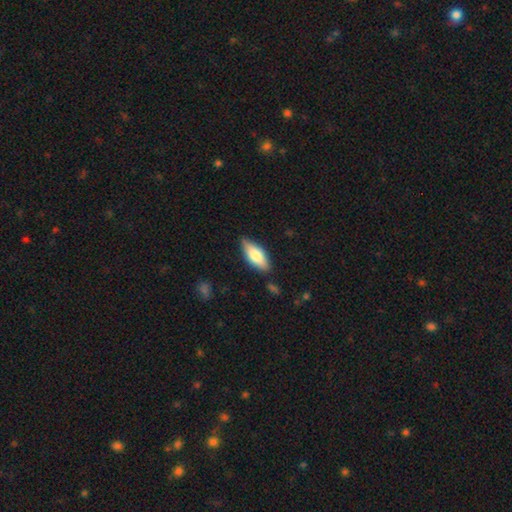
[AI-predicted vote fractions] Smooth or featured? smooth (75%)
How rounded? in between (79%)
Merging? none (81%)